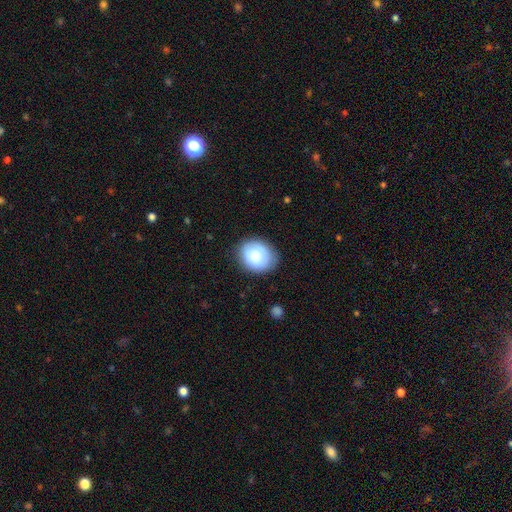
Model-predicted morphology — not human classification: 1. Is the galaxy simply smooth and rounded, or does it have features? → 83% smooth, 10% featured or disk, 7% star or artifact.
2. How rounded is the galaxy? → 55% round, 44% in between, 1% cigar-shaped.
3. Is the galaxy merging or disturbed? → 82% none, 14% minor disturbance, 3% major disturbance, 1% merger.